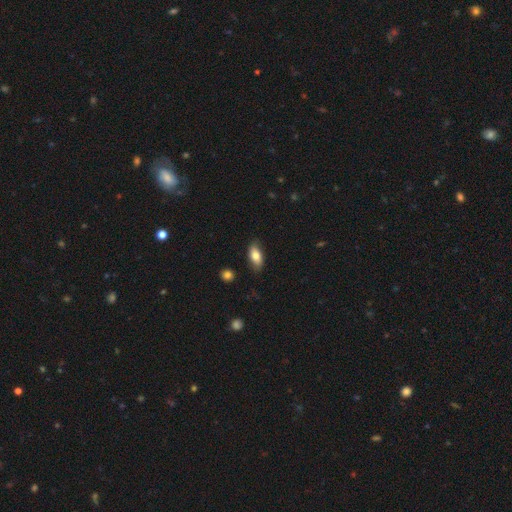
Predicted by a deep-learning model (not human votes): The model was most divided on "smooth or featured": smooth: 79%, featured or disk: 15%, star or artifact: 7%. More confident: how rounded — in between (88%); merging — none (82%).